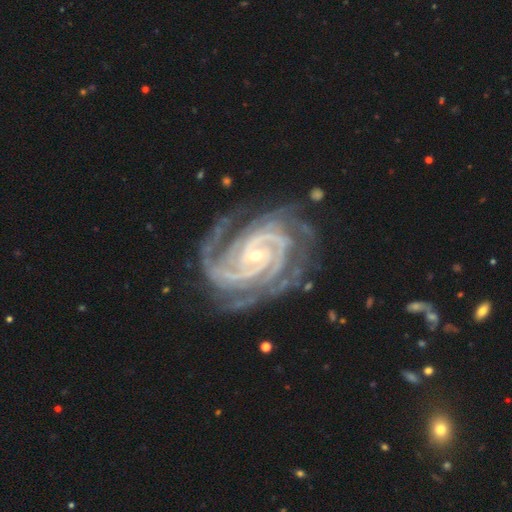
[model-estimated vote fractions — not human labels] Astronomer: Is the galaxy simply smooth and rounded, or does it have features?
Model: featured or disk — 94%.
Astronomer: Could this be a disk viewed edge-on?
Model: no — 98%.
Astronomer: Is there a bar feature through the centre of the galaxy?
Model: no — 46% (runner-up: weak, 33%).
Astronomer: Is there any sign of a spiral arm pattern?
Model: yes — 99%.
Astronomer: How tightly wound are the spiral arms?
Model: tight — 75%.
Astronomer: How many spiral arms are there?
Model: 2 — 28% (runner-up: 3, 24%).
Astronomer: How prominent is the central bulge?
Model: small — 75%.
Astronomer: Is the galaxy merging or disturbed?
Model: none — 71%.